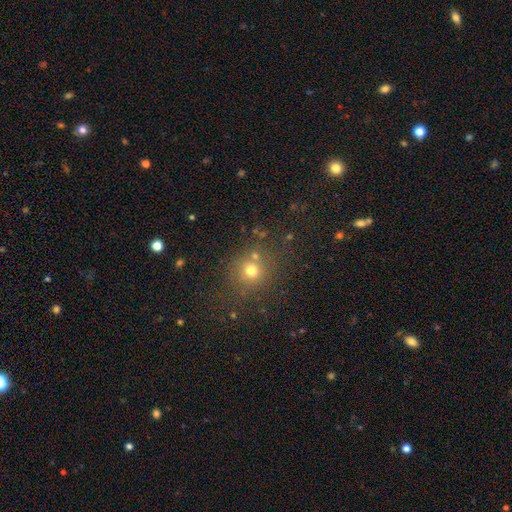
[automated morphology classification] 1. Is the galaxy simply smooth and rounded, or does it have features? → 66% smooth, 25% star or artifact, 9% featured or disk.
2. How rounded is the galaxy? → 86% round, 13% in between, 1% cigar-shaped.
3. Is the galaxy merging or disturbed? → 76% none, 11% minor disturbance, 9% merger, 5% major disturbance.